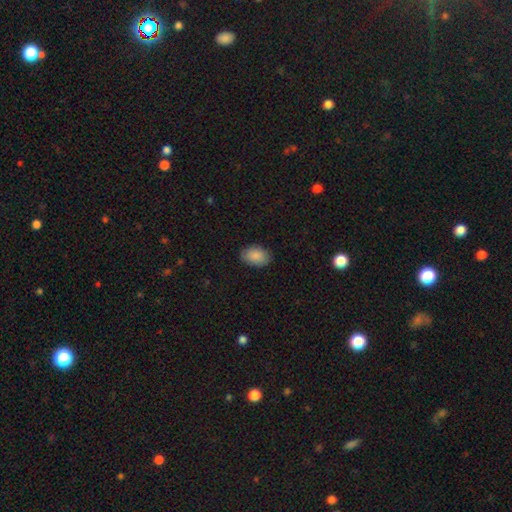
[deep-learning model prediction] This appears to be a smooth galaxy with no disk features (89%) that is in between round and cigar-shaped (87%). Merging: none (86%).